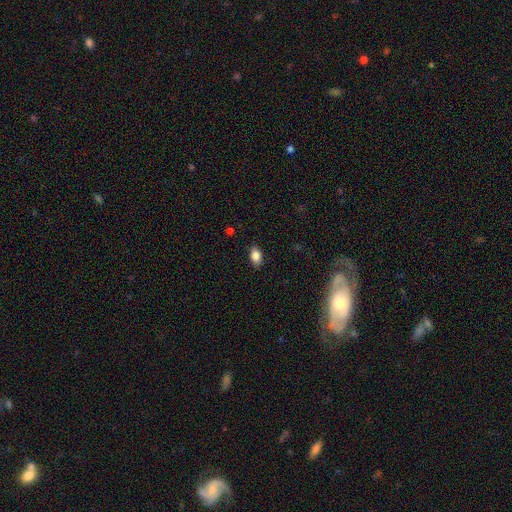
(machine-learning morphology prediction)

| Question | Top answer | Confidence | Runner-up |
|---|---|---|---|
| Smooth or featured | smooth | 85% | star or artifact (9%) |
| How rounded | in between | 88% | round (9%) |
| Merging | none | 87% | minor disturbance (10%) |